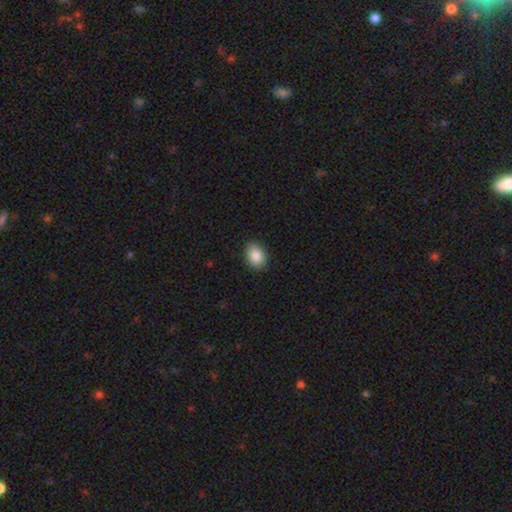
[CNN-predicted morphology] Smooth or featured? smooth (87%)
How rounded? in between (72%)
Merging? none (88%)